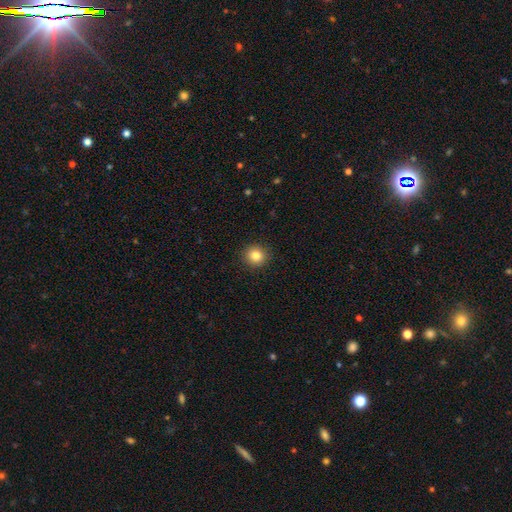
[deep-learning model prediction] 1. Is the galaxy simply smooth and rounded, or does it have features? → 84% smooth, 10% star or artifact, 6% featured or disk.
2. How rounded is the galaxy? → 91% round, 8% in between, 1% cigar-shaped.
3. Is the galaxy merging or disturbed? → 92% none, 5% minor disturbance, 2% major disturbance, 1% merger.